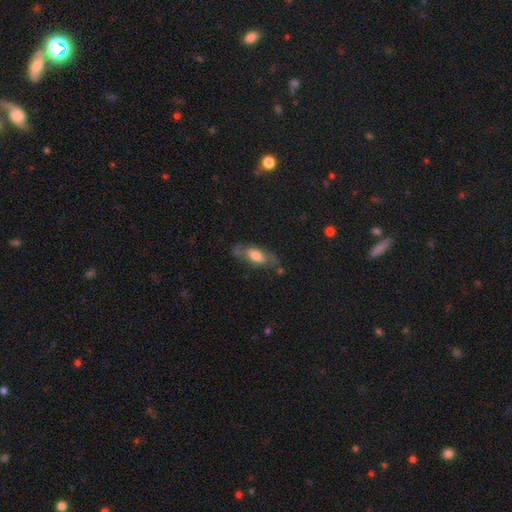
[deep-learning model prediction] Smooth or featured? Predicted: featured or disk (p=0.49). Merging? Predicted: none (p=0.61).